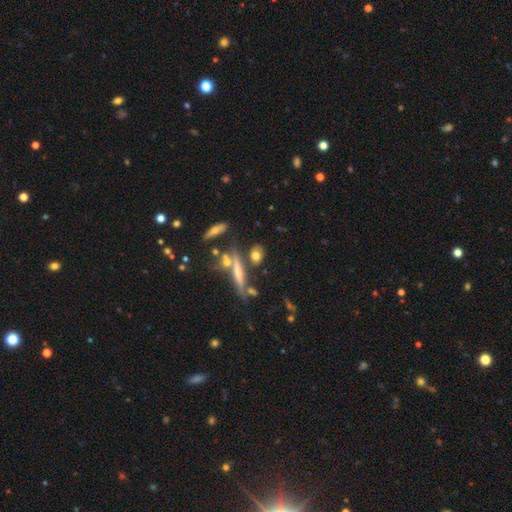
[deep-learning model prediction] Overall: smooth (66%). How rounded: in between (41%; round 31%). Merging: none (67%).